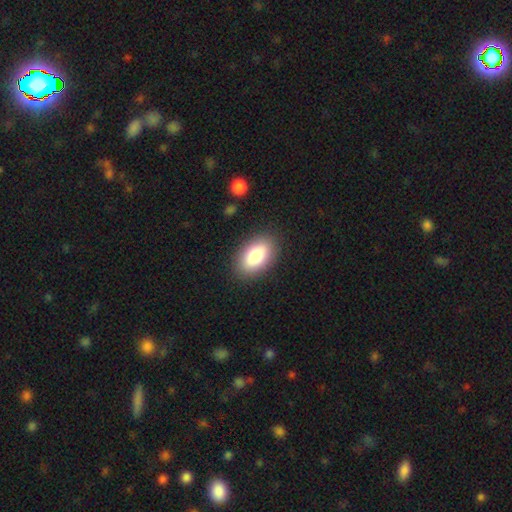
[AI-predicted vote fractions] The model was most divided on "smooth or featured": smooth: 83%, featured or disk: 10%, star or artifact: 7%. More confident: how rounded — in between (92%); merging — none (88%).